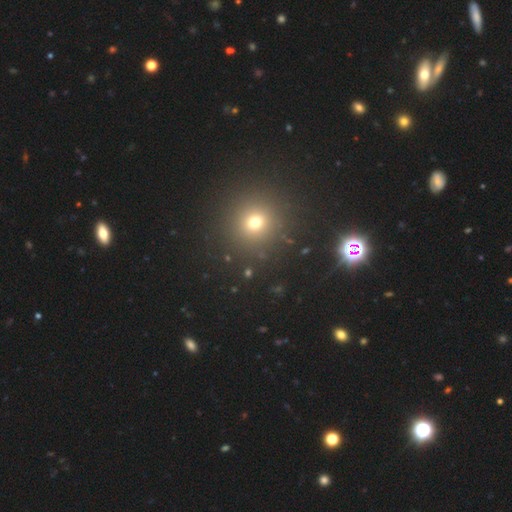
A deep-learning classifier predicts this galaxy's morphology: Overall: smooth (51%; star or artifact 43%). How rounded: round (94%). Merging: none (92%).